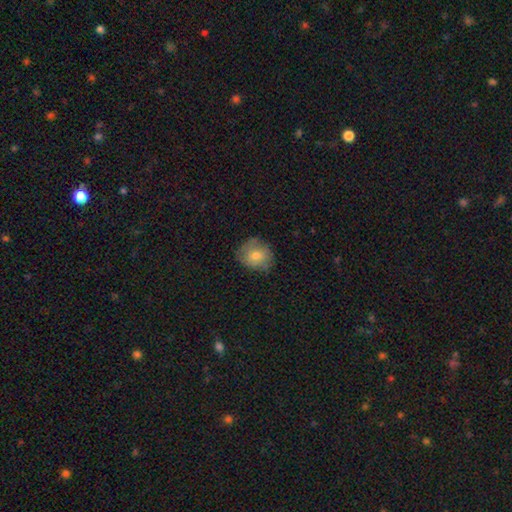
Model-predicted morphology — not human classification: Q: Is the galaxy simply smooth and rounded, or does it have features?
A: smooth — 71%.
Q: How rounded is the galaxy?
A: round — 74%.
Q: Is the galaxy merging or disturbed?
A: none — 71%.